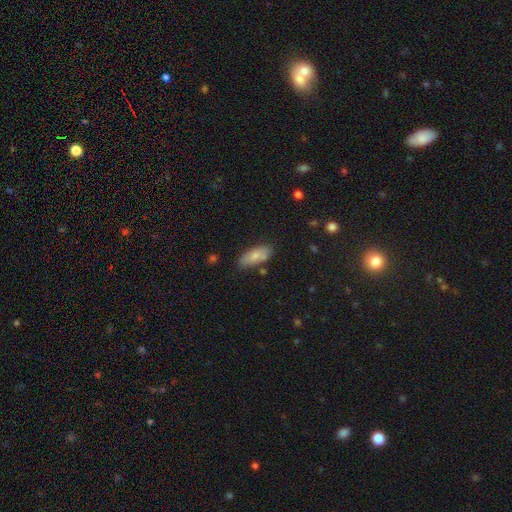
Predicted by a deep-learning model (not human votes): smooth_or_featured: smooth (p=0.75) [alt: featured or disk p=0.19]
how_rounded: in between (p=0.84) [alt: cigar-shaped p=0.13]
merging: none (p=0.75) [alt: minor disturbance p=0.16]